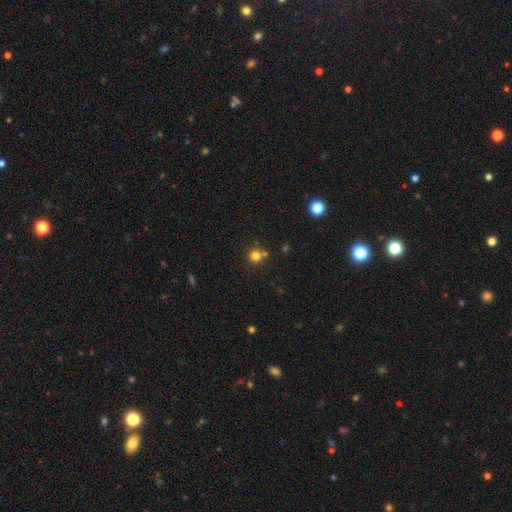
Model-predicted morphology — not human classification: type=smooth (79%); roundness=round (93%); merging=none (73%).